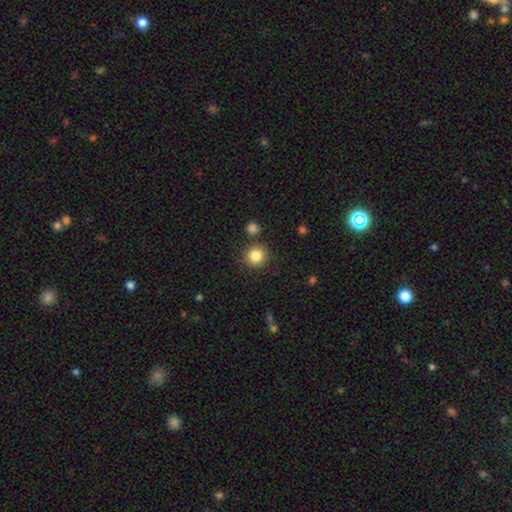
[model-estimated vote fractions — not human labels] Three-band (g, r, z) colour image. It shows a smooth galaxy with no disk features (85%) that is round (92%). Merging: none (85%).